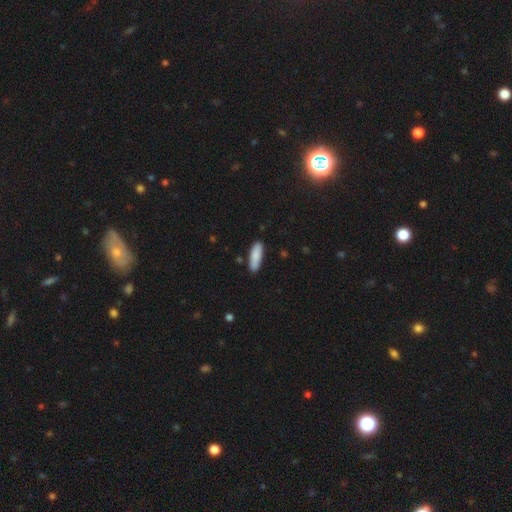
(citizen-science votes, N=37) Smooth or featured: smooth — 92% (featured or disk — 8%)
How rounded: in between — 50% (cigar-shaped — 47%)
Merging: none — 86% (minor disturbance — 8%)